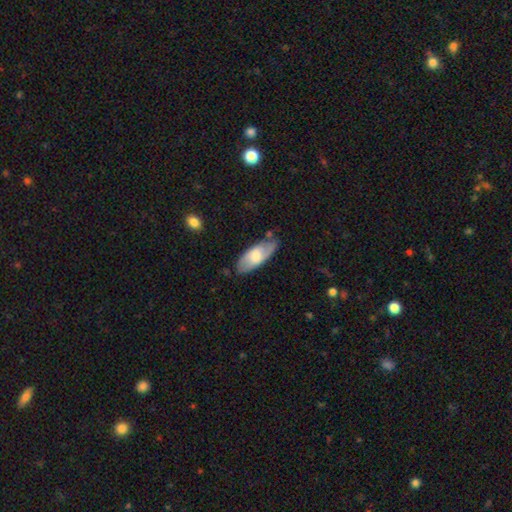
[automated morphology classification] The model was most divided on "smooth or featured": smooth: 52%, featured or disk: 43%, star or artifact: 6%. More confident: how rounded — in between (82%); merging — none (72%).